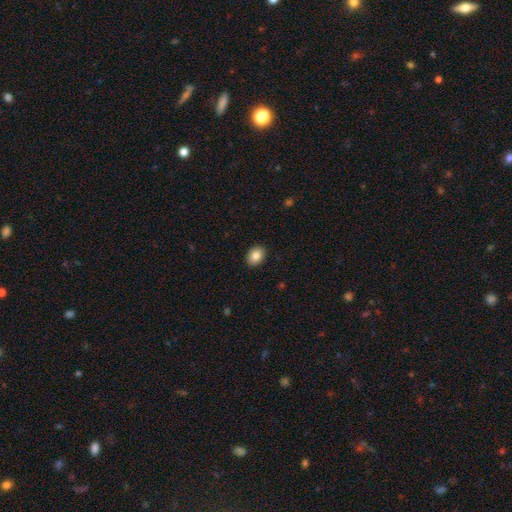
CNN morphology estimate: This is clearly a smooth galaxy (85%). How rounded: likely in between (62%). Merging: clearly none (91%).